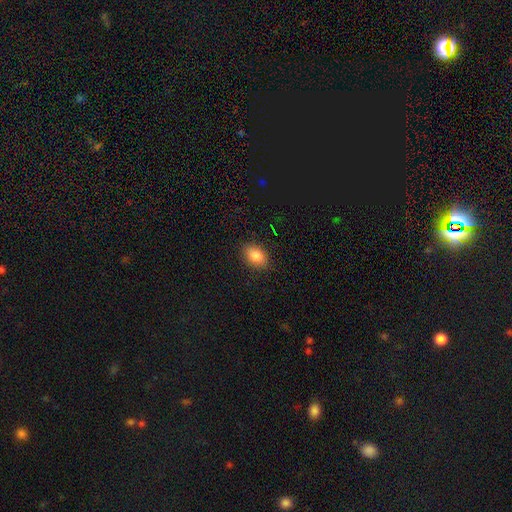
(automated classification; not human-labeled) Overall: smooth (86%). How rounded: in between (84%). Merging: none (86%).